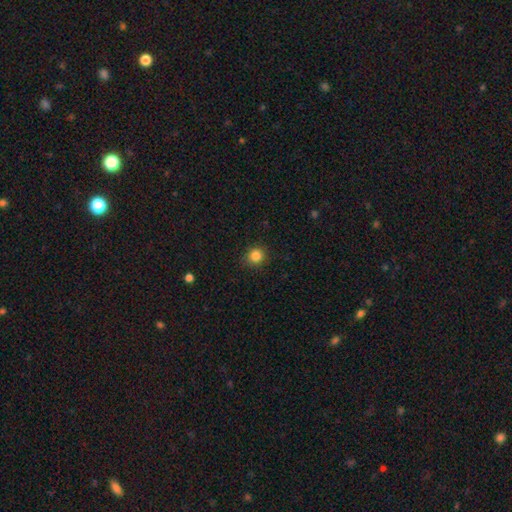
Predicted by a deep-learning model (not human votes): Smooth or featured?
  - smooth: 84% *
  - star or artifact: 12%
  - featured or disk: 4%
How rounded?
  - round: 90% *
  - in between: 9%
  - cigar-shaped: 1%
Merging?
  - none: 88% *
  - minor disturbance: 9%
  - major disturbance: 2%
  - merger: 1%